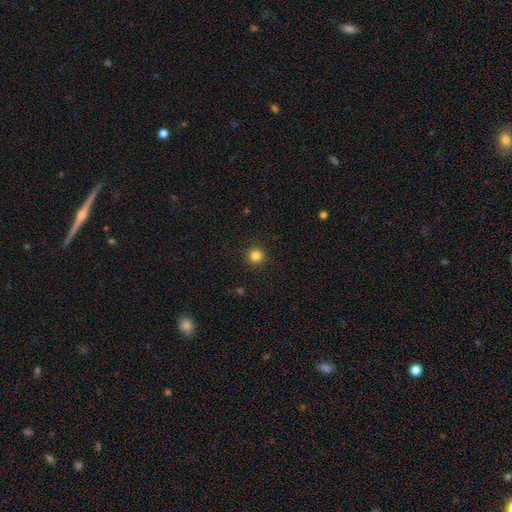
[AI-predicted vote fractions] This is clearly a smooth galaxy (84%). How rounded: clearly round (96%). Merging: clearly none (93%).